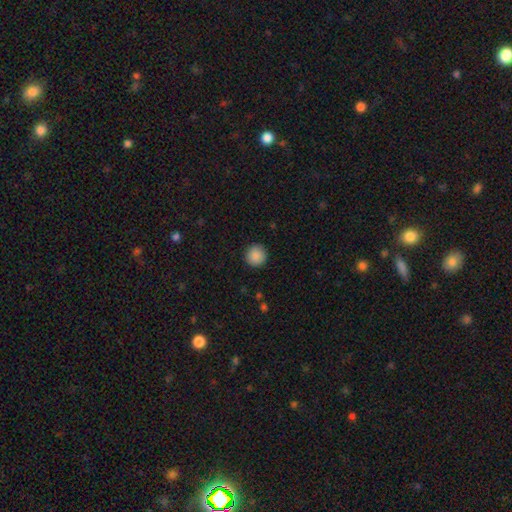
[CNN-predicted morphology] smooth-or-featured: smooth: 89% | star or artifact: 8% | featured or disk: 3%
  how-rounded: round: 94% | in between: 5% | cigar-shaped: 1%
  merging: none: 91% | minor disturbance: 6% | major disturbance: 2% | merger: 1%